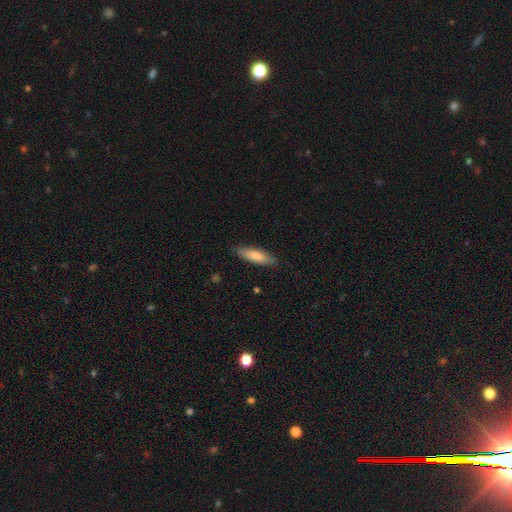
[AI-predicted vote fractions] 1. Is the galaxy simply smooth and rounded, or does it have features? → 78% smooth, 17% featured or disk, 6% star or artifact.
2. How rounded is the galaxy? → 56% cigar-shaped, 42% in between, 2% round.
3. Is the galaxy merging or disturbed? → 85% none, 12% minor disturbance, 2% major disturbance, 1% merger.